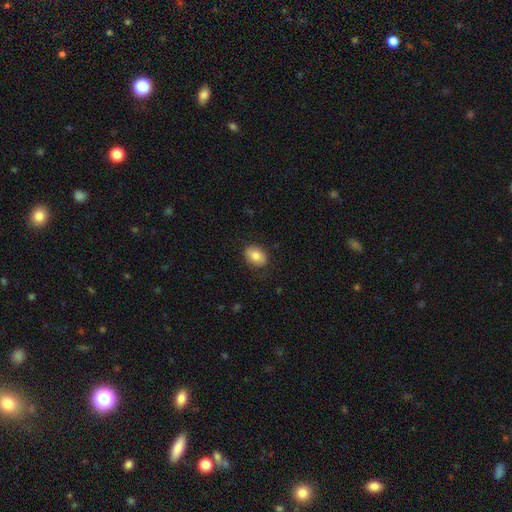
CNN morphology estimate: This appears to be a smooth galaxy with no disk features (81%) that is in between round and cigar-shaped (73%). Merging: none (84%).